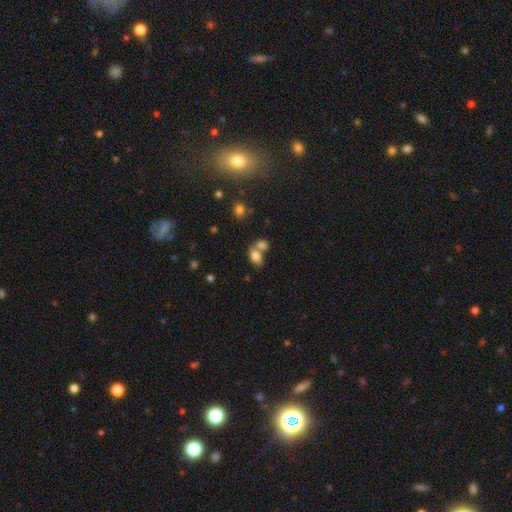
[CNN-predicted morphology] Smooth or featured? Predicted: smooth (p=0.78). How rounded? Predicted: in between (p=0.82). Merging? Predicted: merger (p=0.53).